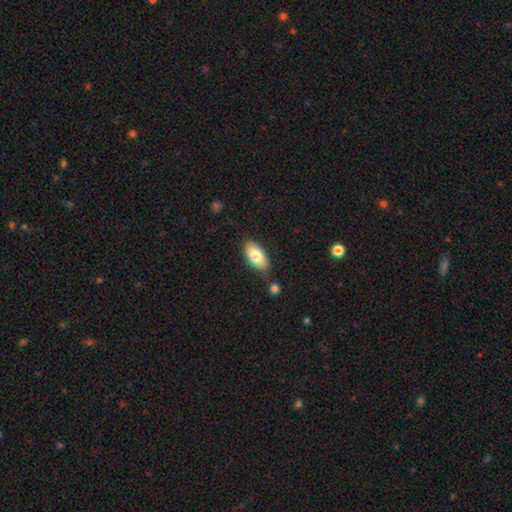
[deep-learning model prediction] Q: Smooth or featured?
A: smooth (80%); runner-up: featured or disk (14%)
Q: How rounded?
A: in between (92%); runner-up: cigar-shaped (6%)
Q: Merging?
A: none (80%); runner-up: minor disturbance (13%)